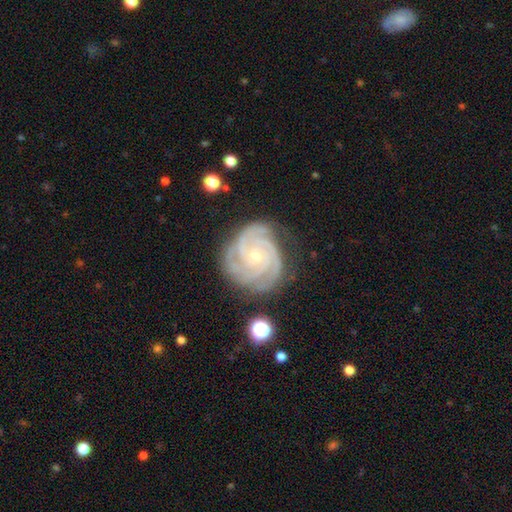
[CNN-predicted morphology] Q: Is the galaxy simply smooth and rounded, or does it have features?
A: featured or disk — 92%.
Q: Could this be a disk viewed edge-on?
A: no — 98%.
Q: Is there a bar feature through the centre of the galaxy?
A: no — 76%.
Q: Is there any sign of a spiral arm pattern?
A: yes — 99%.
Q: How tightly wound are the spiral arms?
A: tight — 79%.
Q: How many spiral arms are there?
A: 3 — 43%.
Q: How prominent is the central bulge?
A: small — 77%.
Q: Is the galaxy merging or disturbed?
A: none — 76%.